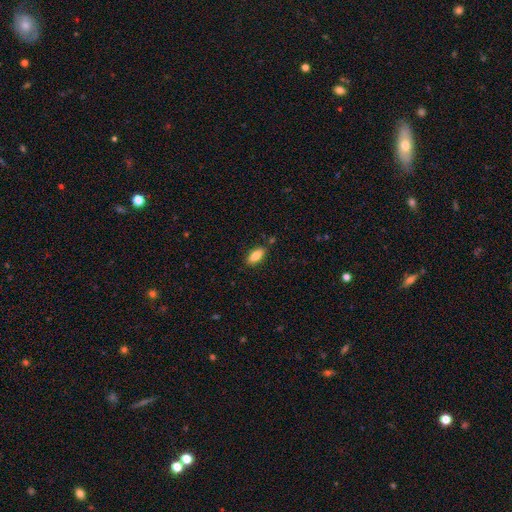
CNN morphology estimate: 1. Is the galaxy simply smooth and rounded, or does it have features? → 81% smooth, 11% featured or disk, 7% star or artifact.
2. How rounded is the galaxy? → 85% in between, 12% cigar-shaped, 2% round.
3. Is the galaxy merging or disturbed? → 84% none, 11% minor disturbance, 3% merger, 2% major disturbance.